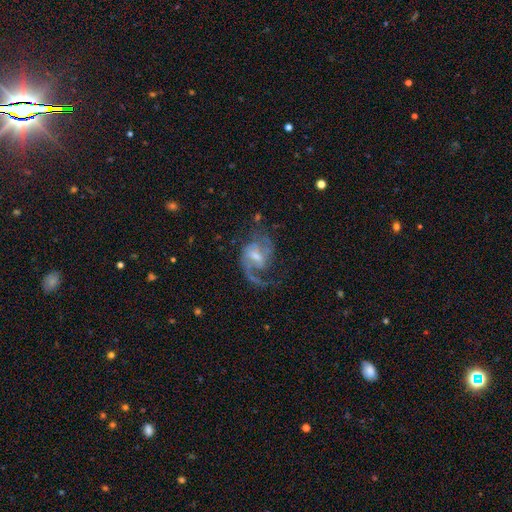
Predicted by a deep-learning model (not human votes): Smooth or featured: featured or disk — 86% (smooth — 8%)
Edge-on disk: no — 98% (yes — 2%)
Bar: weak — 57% (no — 23%)
Spiral arms: yes — 95% (no — 5%)
Spiral winding: medium — 47% (loose — 41%)
Spiral arm count: 2 — 65% (1 — 24%)
Bulge size: moderate — 45% (small — 42%)
Merging: none — 53% (major disturbance — 26%)